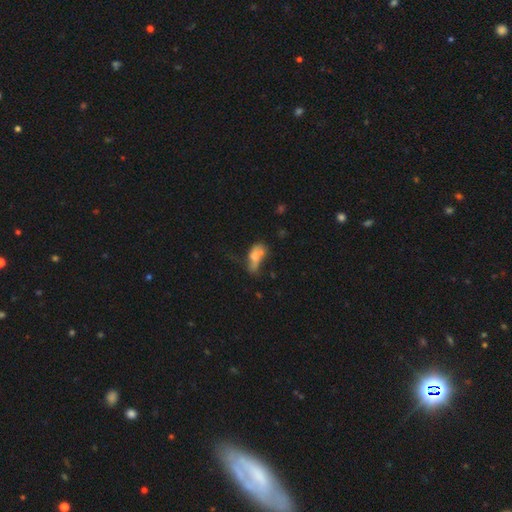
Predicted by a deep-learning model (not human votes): smooth_or_featured: smooth (p=0.60) [alt: featured or disk p=0.29]
how_rounded: in between (p=0.83) [alt: cigar-shaped p=0.10]
merging: major disturbance (p=0.34) [alt: merger p=0.24]